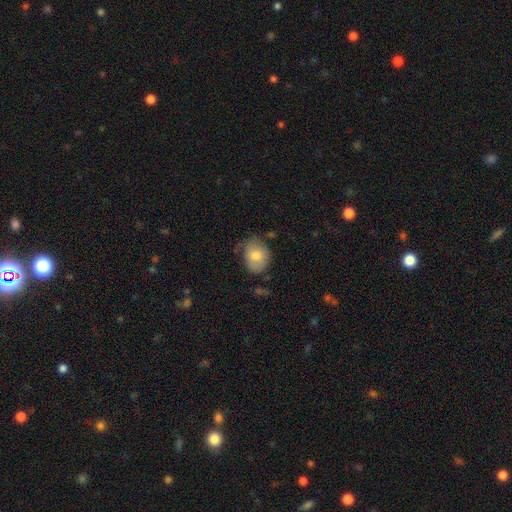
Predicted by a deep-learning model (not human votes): Smooth or featured: smooth — 75% (featured or disk — 17%)
How rounded: round — 53% (in between — 46%)
Merging: none — 56% (minor disturbance — 32%)